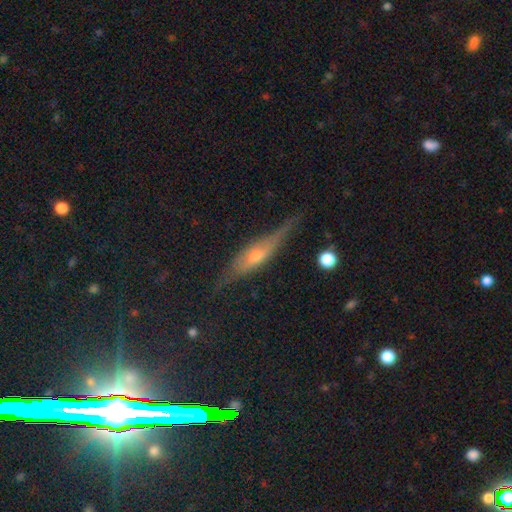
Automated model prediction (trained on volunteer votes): This is likely a featured or disk galaxy (64%). It is clearly viewed edge-on (89%). Edge-on bulge: likely rounded (73%). Merging: likely none (73%).